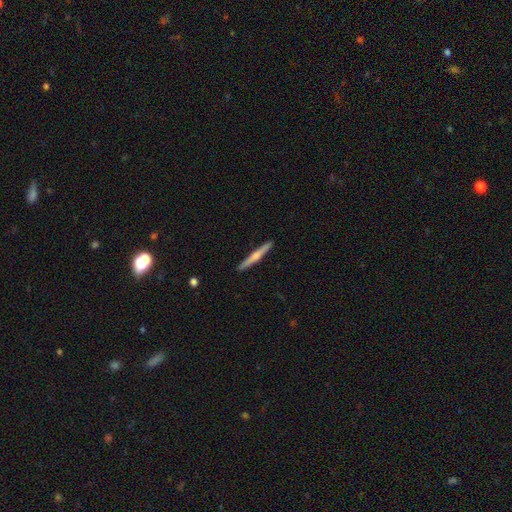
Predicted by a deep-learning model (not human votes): Q: Smooth or featured?
A: featured or disk (48%); runner-up: smooth (47%)
Q: Merging?
A: none (92%); runner-up: minor disturbance (6%)